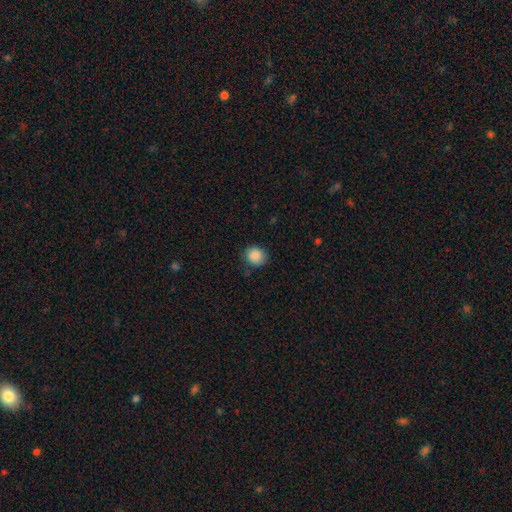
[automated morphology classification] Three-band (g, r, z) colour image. It shows a smooth galaxy with no disk features (88%) that is round (78%). Merging: none (80%).